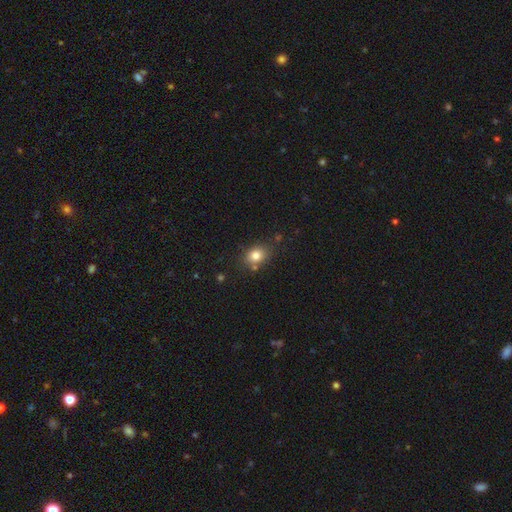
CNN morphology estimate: This appears to be a smooth galaxy with no disk features (81%) that is in between round and cigar-shaped (56%). Merging: none (74%).